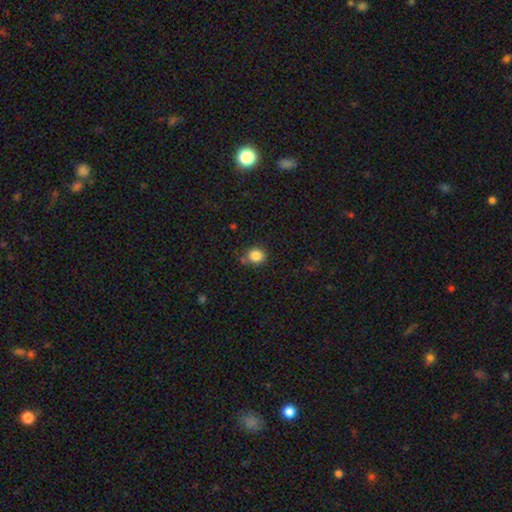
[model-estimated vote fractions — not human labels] Smooth or featured? smooth (85%)
How rounded? round (83%)
Merging? none (76%)